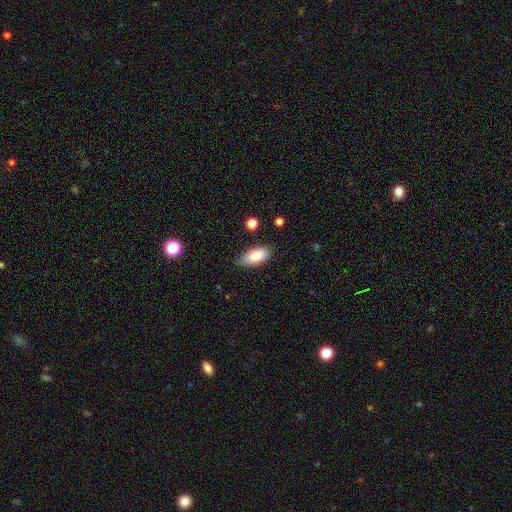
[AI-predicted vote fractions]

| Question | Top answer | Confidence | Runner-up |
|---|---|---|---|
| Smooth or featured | smooth | 80% | featured or disk (13%) |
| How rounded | in between | 90% | cigar-shaped (7%) |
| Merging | none | 78% | minor disturbance (17%) |